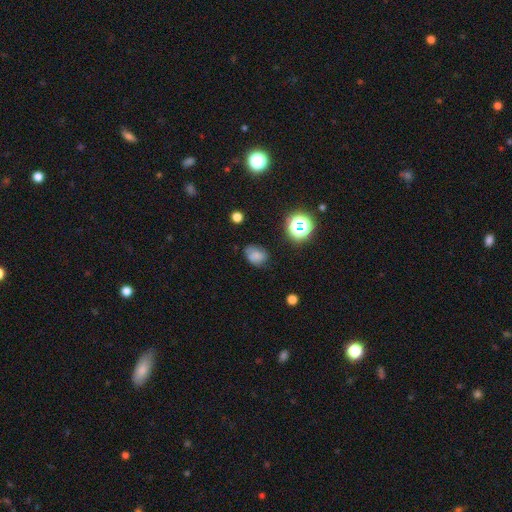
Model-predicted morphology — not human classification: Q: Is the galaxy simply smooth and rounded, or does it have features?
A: smooth — 69%.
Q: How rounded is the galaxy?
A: in between — 66%.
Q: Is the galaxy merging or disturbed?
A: none — 61%.